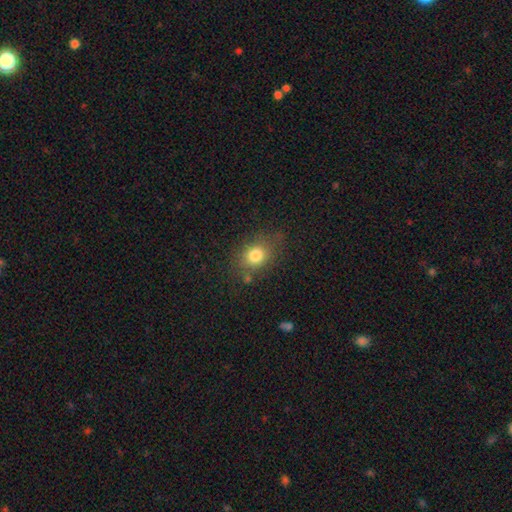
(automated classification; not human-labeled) This is clearly a smooth galaxy (80%). How rounded: possibly round (54%). Merging: likely none (73%).